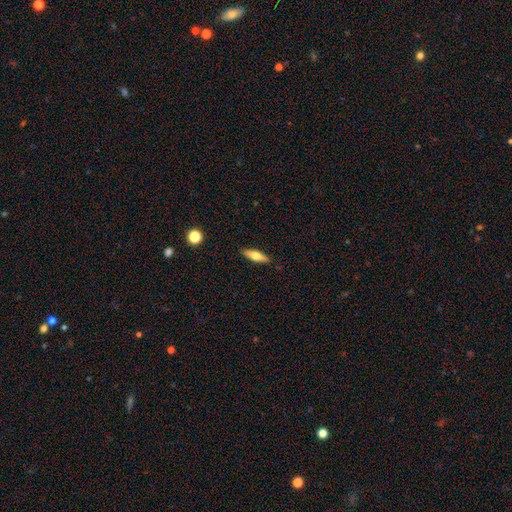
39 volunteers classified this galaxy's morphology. Overall: smooth (51%; featured or disk 41%). How rounded: in between (55%; cigar-shaped 45%). Merging: none (92%).